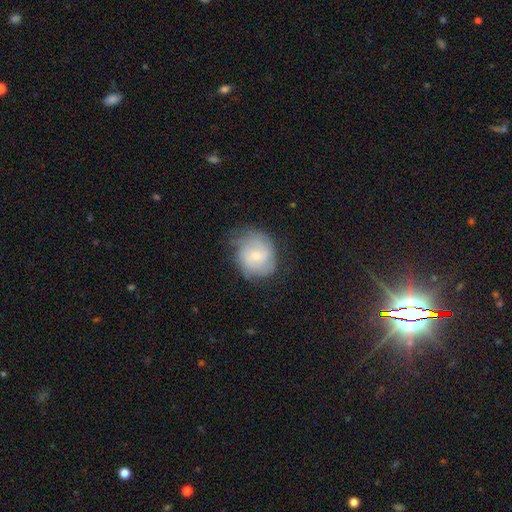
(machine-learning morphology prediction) Smooth or featured: smooth — 48% (featured or disk — 43%)
Merging: none — 63% (minor disturbance — 26%)